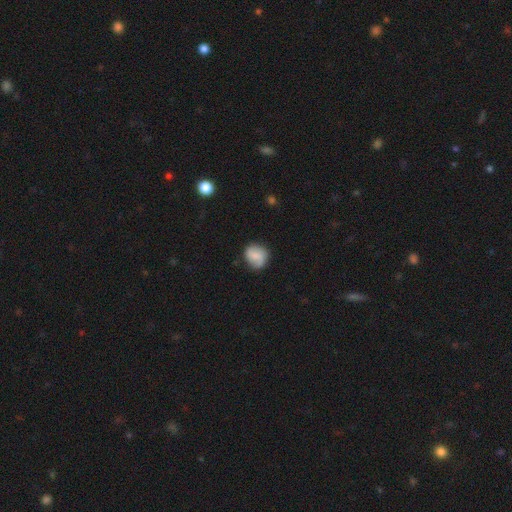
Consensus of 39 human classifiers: Overall: smooth (77%). How rounded: round (70%; in between 30%). Merging: none (58%; minor disturbance 34%).